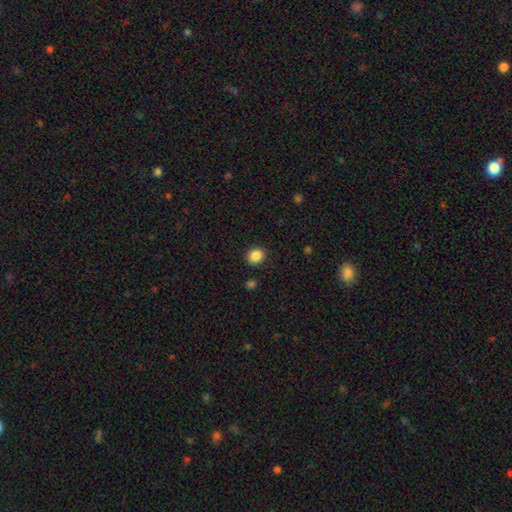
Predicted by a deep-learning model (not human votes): A smooth galaxy with no disk features (87%) that is round (64%).

Vote fractions:
- Smooth or featured? smooth: 87% / star or artifact: 10% / featured or disk: 3%
- How rounded? round: 64% / in between: 35% / cigar-shaped: 1%
- Merging? none: 89% / minor disturbance: 7% / major disturbance: 2% / merger: 2%